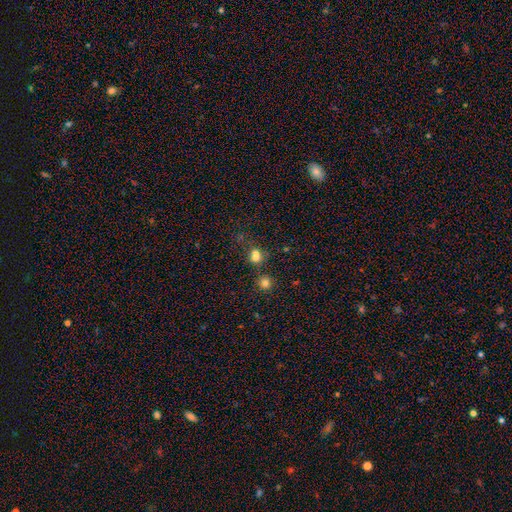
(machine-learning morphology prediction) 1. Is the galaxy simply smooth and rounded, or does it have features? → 66% smooth, 24% star or artifact, 10% featured or disk.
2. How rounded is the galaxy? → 60% round, 39% in between, 2% cigar-shaped.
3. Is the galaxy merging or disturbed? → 46% none, 36% merger, 11% minor disturbance, 7% major disturbance.